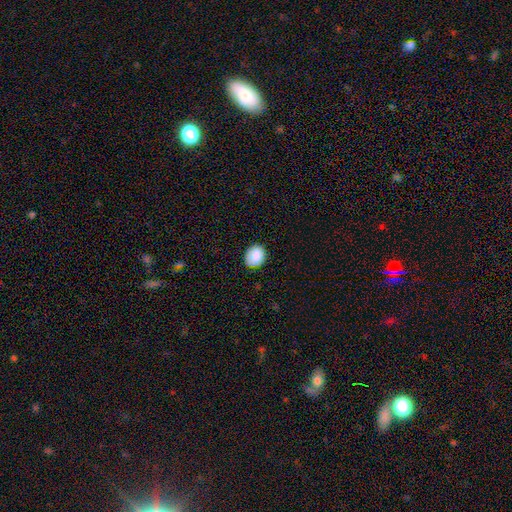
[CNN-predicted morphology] Overall: smooth (87%). How rounded: round (54%; in between 45%). Merging: none (81%).